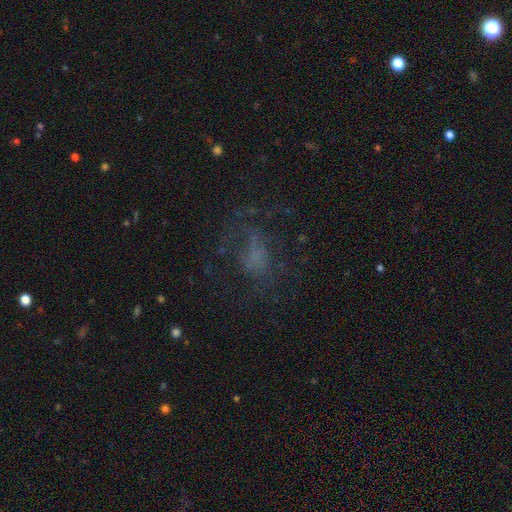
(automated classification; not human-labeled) This appears to be a featured or disk galaxy (43%). Merging: none (49%).